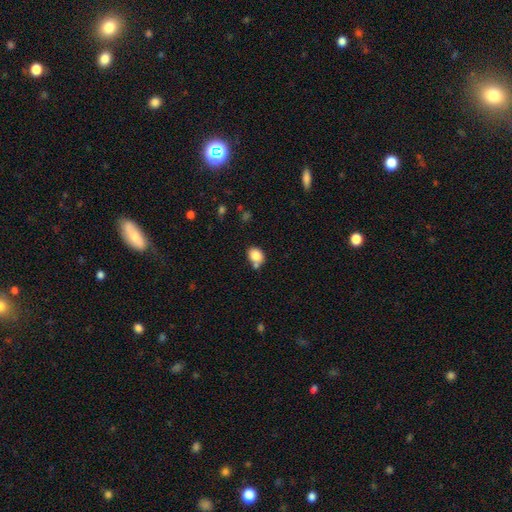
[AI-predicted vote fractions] smooth 83%, star or artifact 9%, featured or disk 8%. Down the decision tree: how rounded — round (50%); merging — none (58%).